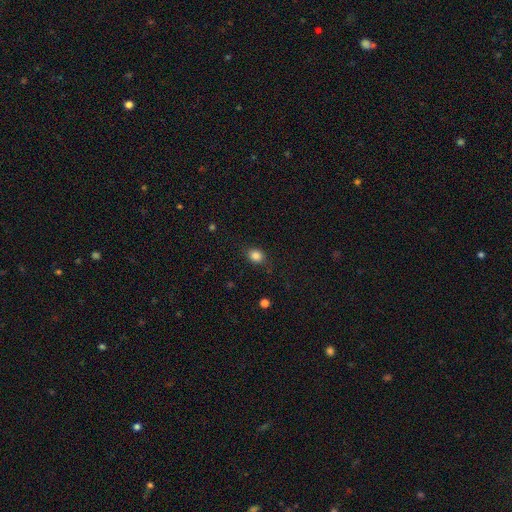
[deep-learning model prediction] Morphology: type=smooth (84%); roundness=round (52%); merging=none (82%).